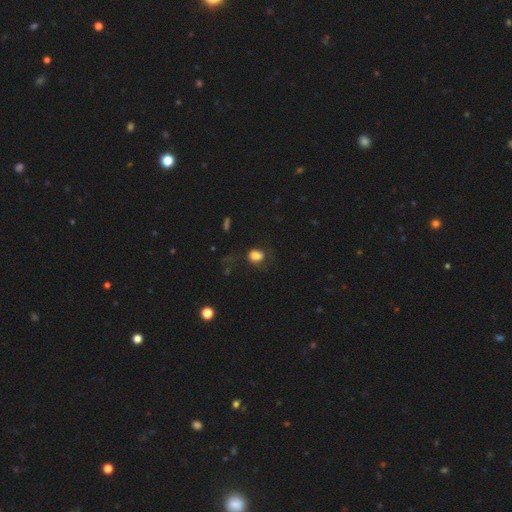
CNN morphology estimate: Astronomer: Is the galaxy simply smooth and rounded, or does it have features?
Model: smooth — 78%.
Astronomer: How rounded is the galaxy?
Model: in between — 65%.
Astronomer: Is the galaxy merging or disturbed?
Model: none — 47% (runner-up: major disturbance, 26%).